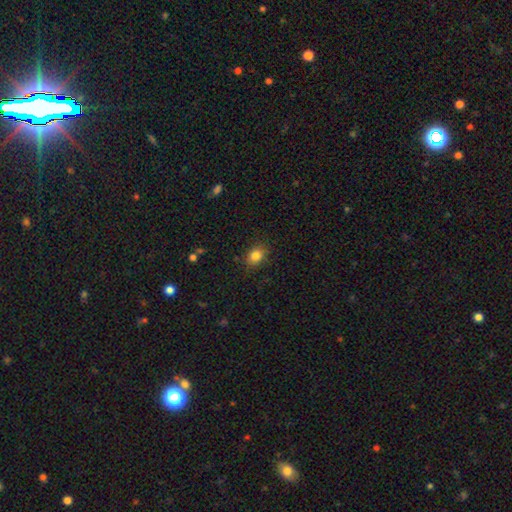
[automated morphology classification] Smooth or featured?
  - smooth: 83% *
  - star or artifact: 11%
  - featured or disk: 6%
How rounded?
  - in between: 61% *
  - round: 38%
  - cigar-shaped: 1%
Merging?
  - none: 86% *
  - minor disturbance: 11%
  - major disturbance: 3%
  - merger: 1%